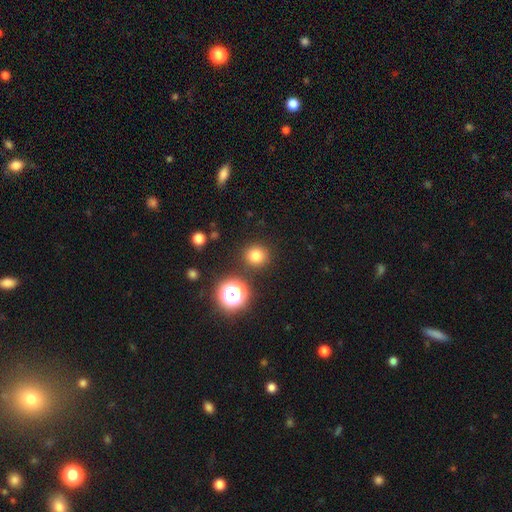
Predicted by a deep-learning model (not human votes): Morphology: type=smooth (77%); roundness=round (91%); merging=none (87%).